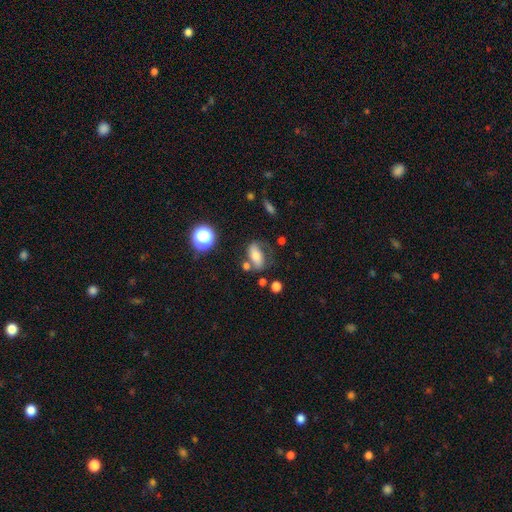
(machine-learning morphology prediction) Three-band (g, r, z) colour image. It shows a smooth galaxy with no disk features (57%) that is in between round and cigar-shaped (82%). Merging: none (51%).